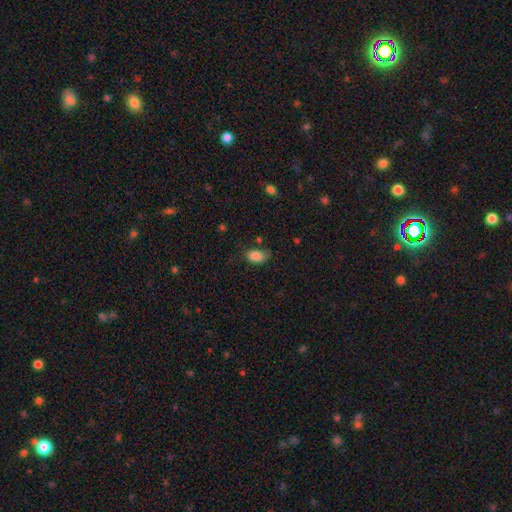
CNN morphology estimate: smooth 85%, star or artifact 9%, featured or disk 6%. Down the decision tree: how rounded — in between (90%); merging — none (57%).